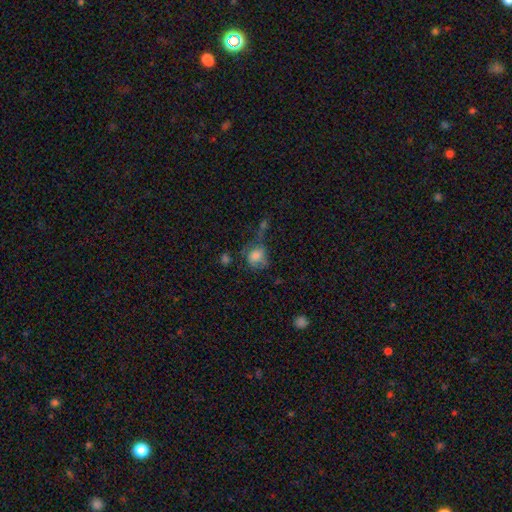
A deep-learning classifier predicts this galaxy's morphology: Smooth or featured? smooth (74%)
How rounded? round (63%)
Merging? none (34%)